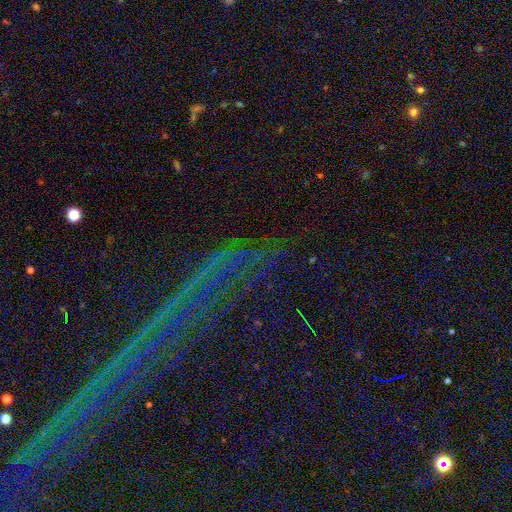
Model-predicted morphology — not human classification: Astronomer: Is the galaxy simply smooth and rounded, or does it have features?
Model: star or artifact — 77%.